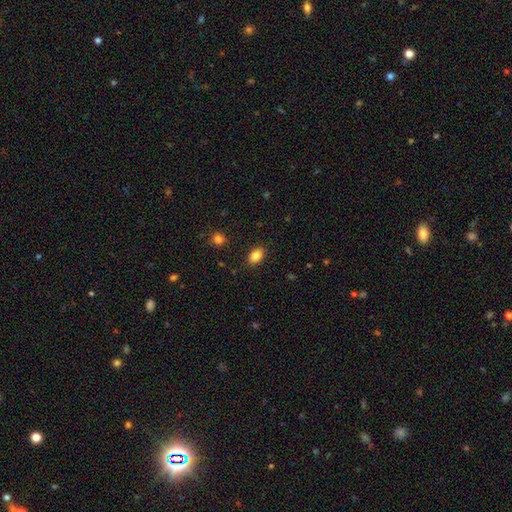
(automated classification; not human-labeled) smooth 85%, star or artifact 9%, featured or disk 6%. Down the decision tree: how rounded — in between (84%); merging — none (88%).